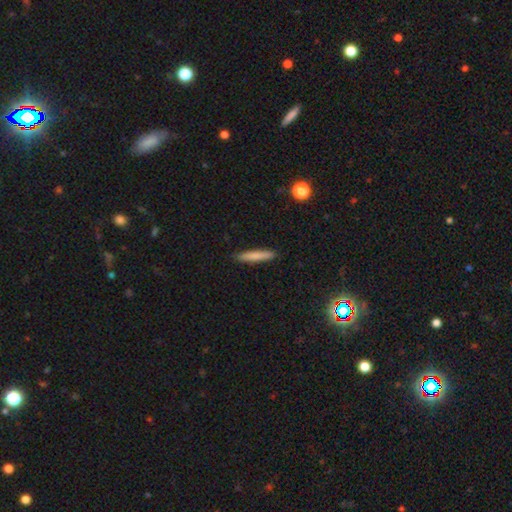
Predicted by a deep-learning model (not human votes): This appears to be a smooth galaxy with no disk features (78%) that is cigar-shaped (92%). Merging: none (90%).